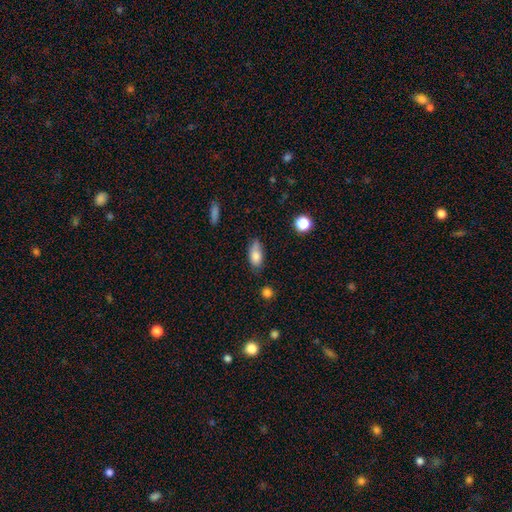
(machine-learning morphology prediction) This is likely a smooth galaxy (80%). How rounded: clearly in between (85%). Merging: possibly none (59%).